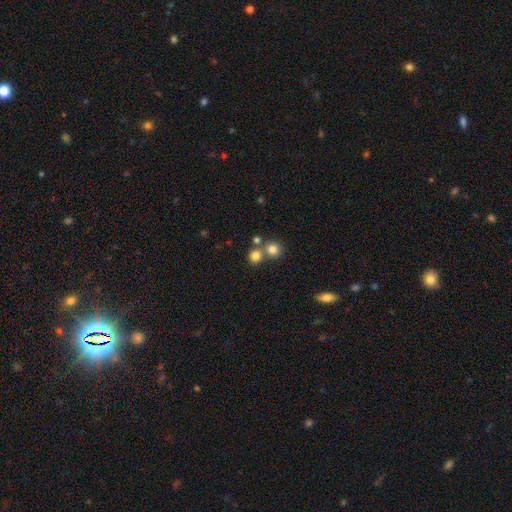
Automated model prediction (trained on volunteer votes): Smooth or featured? Predicted: smooth (p=0.79). How rounded? Predicted: round (p=0.86). Merging? Predicted: none (p=0.59).